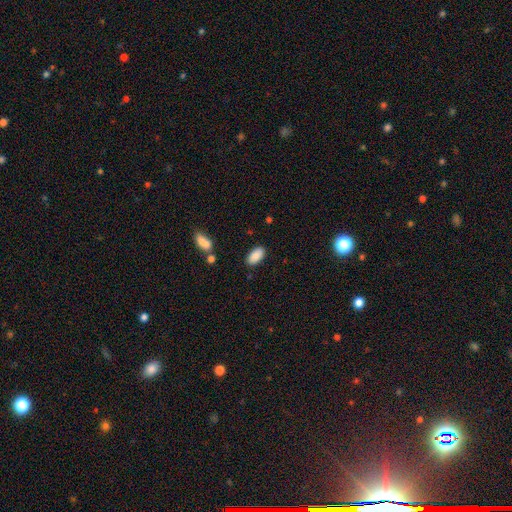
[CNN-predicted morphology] type=smooth (88%); roundness=in between (94%); merging=none (85%).